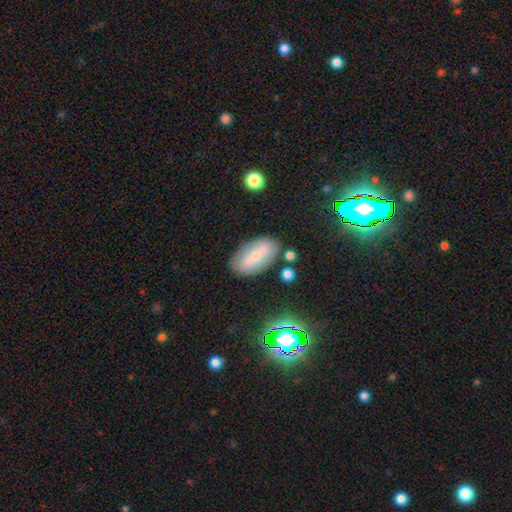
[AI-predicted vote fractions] Smooth or featured: smooth — 55% (featured or disk — 34%)
How rounded: in between — 89% (cigar-shaped — 7%)
Merging: none — 80% (minor disturbance — 13%)